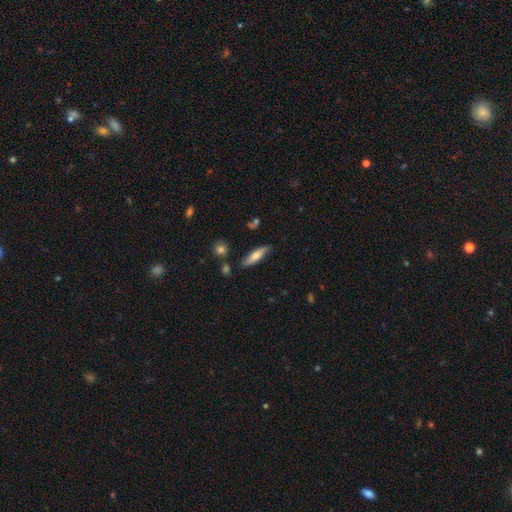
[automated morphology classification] smooth-or-featured: smooth: 66% | featured or disk: 27% | star or artifact: 7%
  how-rounded: cigar-shaped: 62% | in between: 36% | round: 2%
  merging: none: 77% | minor disturbance: 16% | merger: 4% | major disturbance: 3%